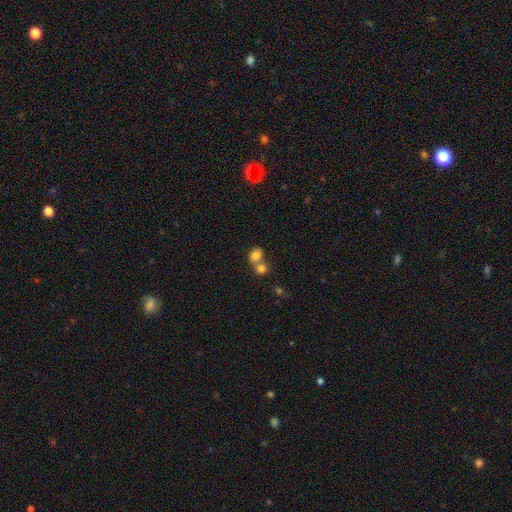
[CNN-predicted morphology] type=smooth (78%); roundness=round (57%); merging=merger (62%).